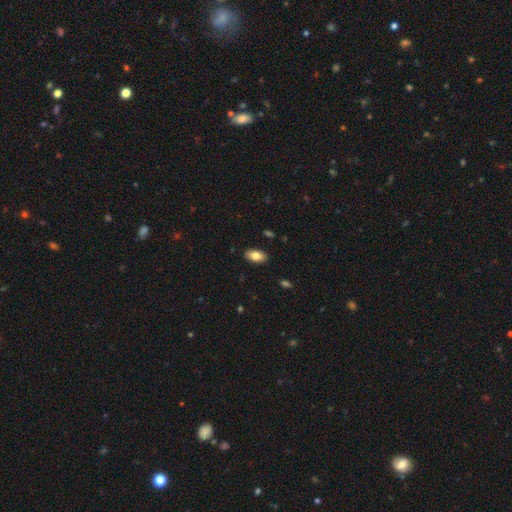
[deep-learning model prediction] A smooth galaxy with no disk features (81%) that is in between round and cigar-shaped (93%).

Vote fractions:
- Smooth or featured? smooth: 81% / featured or disk: 12% / star or artifact: 7%
- How rounded? in between: 93% / round: 4% / cigar-shaped: 3%
- Merging? none: 88% / minor disturbance: 9% / major disturbance: 2% / merger: 1%